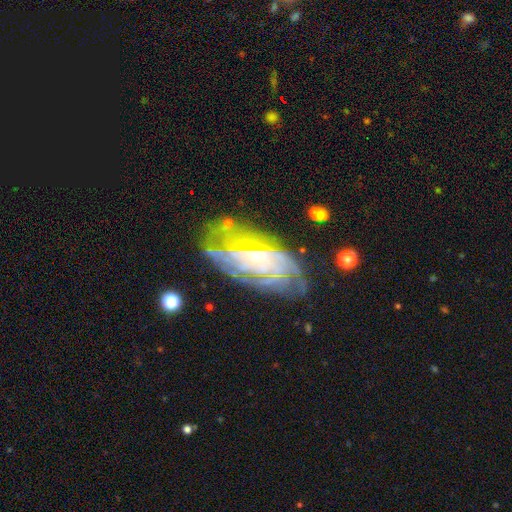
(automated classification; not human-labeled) Q: Smooth or featured?
A: featured or disk (75%); runner-up: smooth (14%)
Q: Edge-on disk?
A: no (89%); runner-up: yes (11%)
Q: Bar?
A: no (53%); runner-up: weak (35%)
Q: Spiral arms?
A: yes (80%); runner-up: no (20%)
Q: Spiral winding?
A: tight (60%); runner-up: medium (28%)
Q: Spiral arm count?
A: can't tell (57%); runner-up: 2 (12%)
Q: Bulge size?
A: small (54%); runner-up: moderate (34%)
Q: Merging?
A: none (62%); runner-up: minor disturbance (22%)